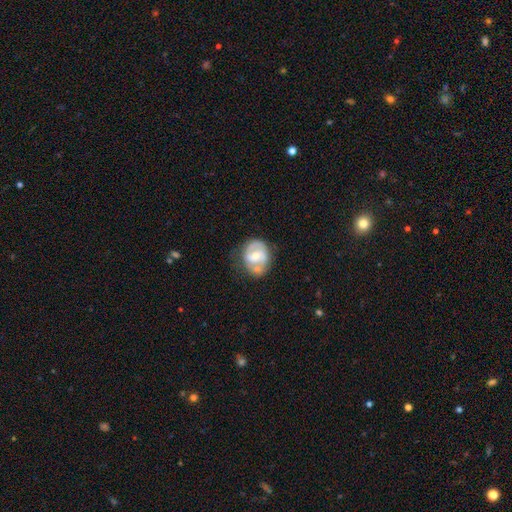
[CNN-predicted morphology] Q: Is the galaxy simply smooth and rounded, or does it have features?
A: featured or disk — 70%.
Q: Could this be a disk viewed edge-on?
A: no — 98%.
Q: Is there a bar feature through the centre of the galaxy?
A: weak — 44%.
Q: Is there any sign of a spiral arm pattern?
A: yes — 77%.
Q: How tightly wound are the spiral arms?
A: medium — 44%.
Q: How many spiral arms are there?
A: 2 — 75%.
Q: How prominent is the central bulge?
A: moderate — 58%.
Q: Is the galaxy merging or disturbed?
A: none — 52%.